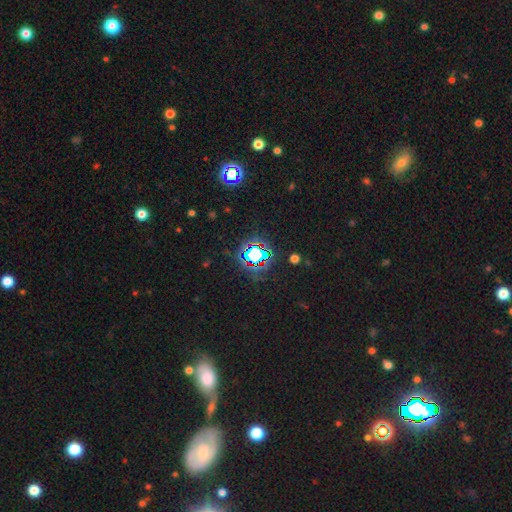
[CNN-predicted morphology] Smooth or featured? Predicted: star or artifact (p=0.71).